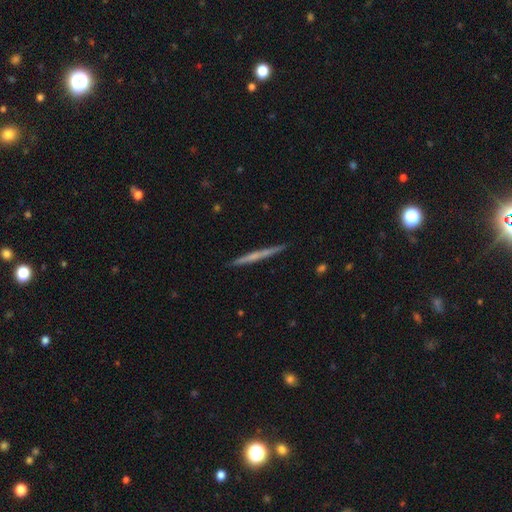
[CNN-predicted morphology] featured or disk 53%, smooth 41%, star or artifact 6%. Down the decision tree: edge-on disk — yes (98%); edge-on bulge — none (79%); merging — none (92%).